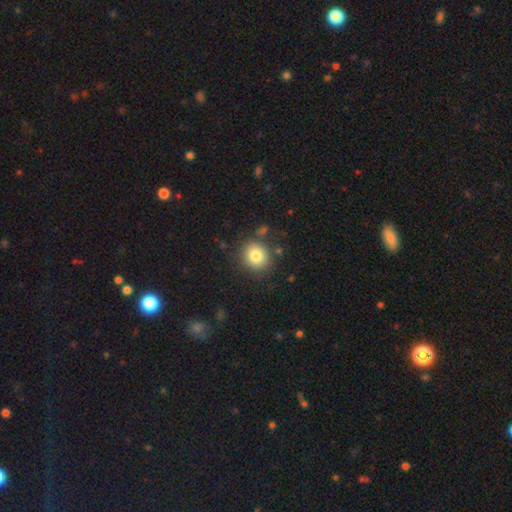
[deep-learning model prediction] Morphology: type=smooth (82%); roundness=round (78%); merging=none (83%).